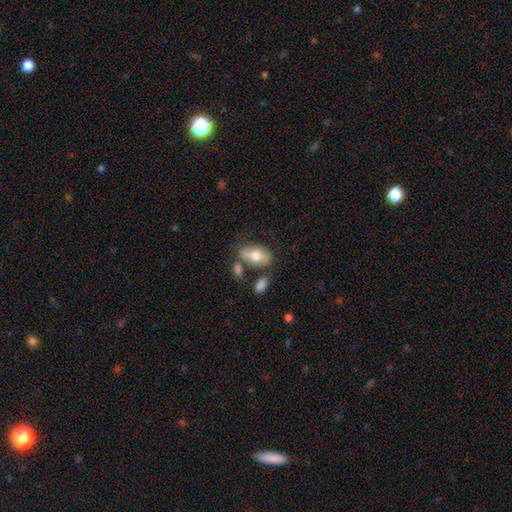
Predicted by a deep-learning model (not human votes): Smooth or featured? smooth (65%)
How rounded? in between (88%)
Merging? none (58%)